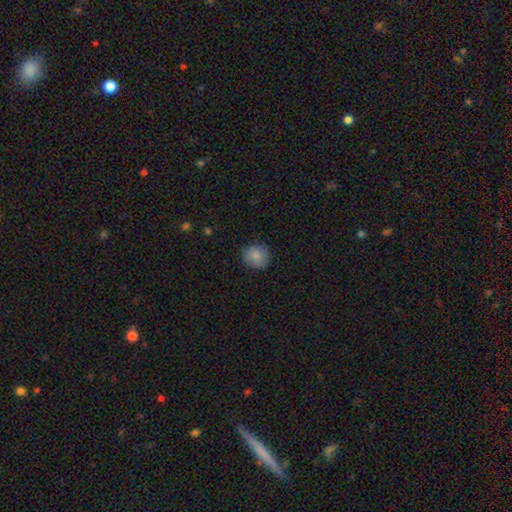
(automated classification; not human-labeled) A smooth galaxy with no disk features (86%) that is round (87%).

Vote fractions:
- Smooth or featured? smooth: 86% / star or artifact: 8% / featured or disk: 6%
- How rounded? round: 87% / in between: 12% / cigar-shaped: 1%
- Merging? none: 84% / minor disturbance: 12% / major disturbance: 3% / merger: 1%